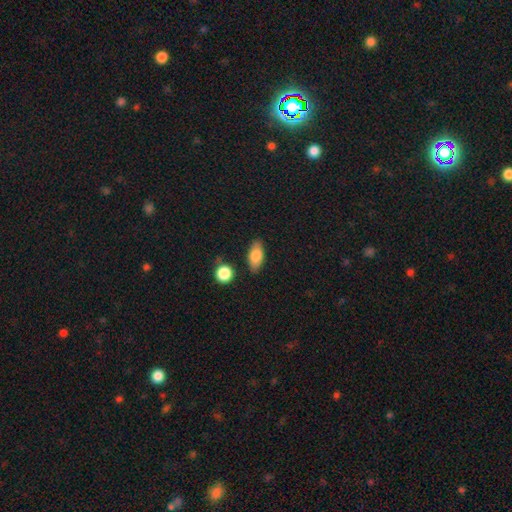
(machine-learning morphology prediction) Overall: smooth (81%). How rounded: in between (87%). Merging: none (82%).